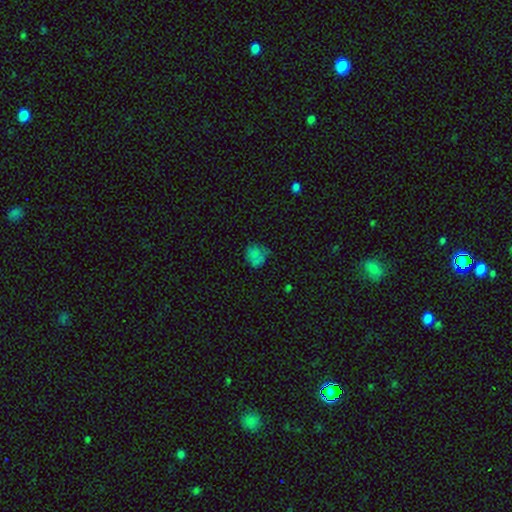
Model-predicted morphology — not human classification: smooth-or-featured: smooth: 70% | star or artifact: 18% | featured or disk: 12%
  how-rounded: round: 69% | in between: 30% | cigar-shaped: 1%
  merging: none: 52% | minor disturbance: 30% | major disturbance: 14% | merger: 4%